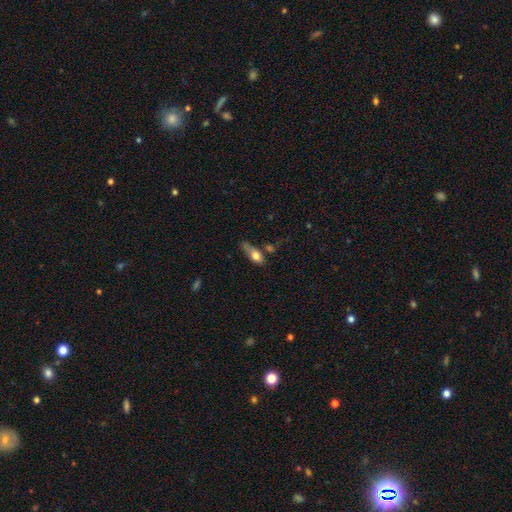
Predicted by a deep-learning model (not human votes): The model was most divided on "merging" (2-way tie): none: 31%, minor disturbance: 31%, major disturbance: 23%, merger: 15%. More confident: how rounded — in between (73%); smooth or featured — smooth (71%).